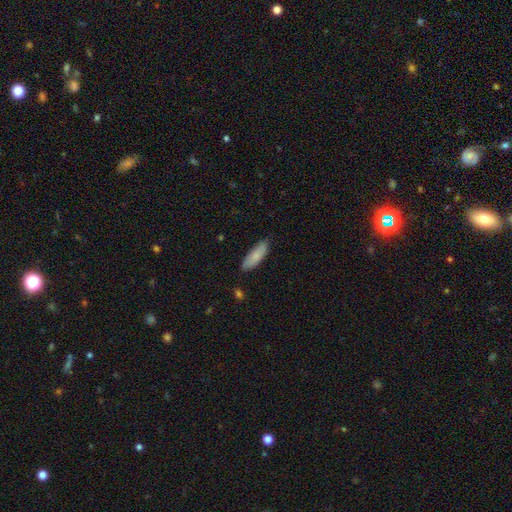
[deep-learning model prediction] A smooth galaxy with no disk features (82%) that is in between round and cigar-shaped (58%).

Vote fractions:
- Smooth or featured? smooth: 82% / featured or disk: 12% / star or artifact: 6%
- How rounded? in between: 58% / cigar-shaped: 41% / round: 2%
- Merging? none: 82% / minor disturbance: 14% / major disturbance: 2% / merger: 1%